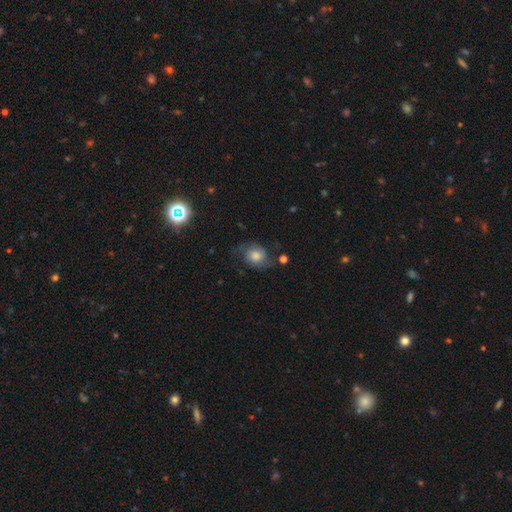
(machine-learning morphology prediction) type=featured or disk (51%); edge-on=no (97%); merging=none (63%).